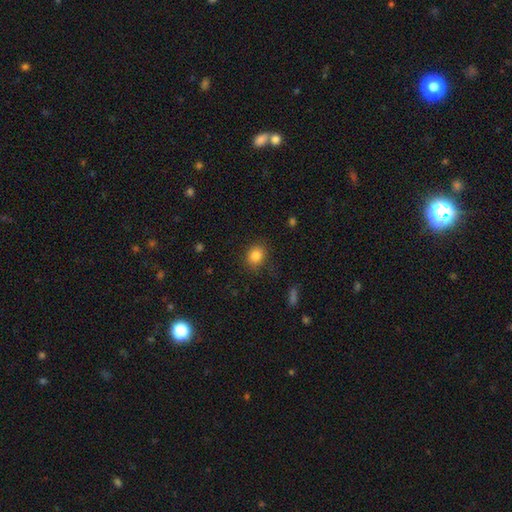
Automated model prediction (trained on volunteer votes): Smooth or featured? smooth (84%)
How rounded? round (60%)
Merging? none (83%)